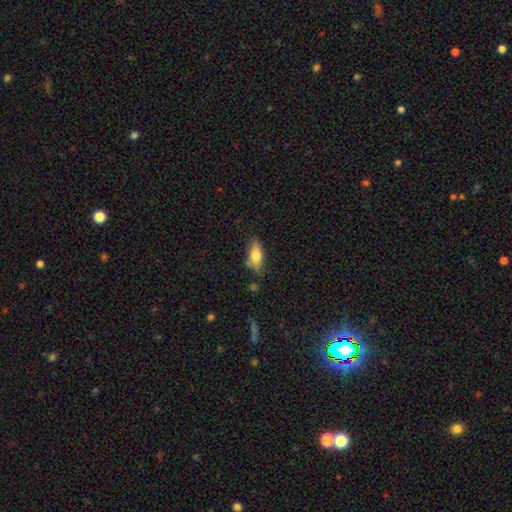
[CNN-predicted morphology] A smooth galaxy with no disk features (71%) that is in between round and cigar-shaped (77%). Merging: none (71%).